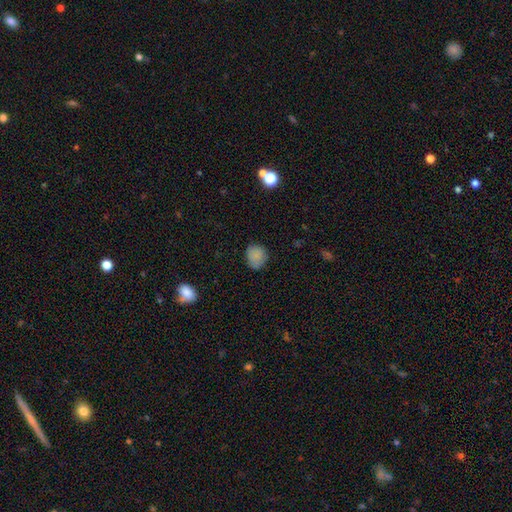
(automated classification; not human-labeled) smooth_or_featured: smooth (p=0.83) [alt: star or artifact p=0.11]
how_rounded: round (p=0.67) [alt: in between p=0.32]
merging: none (p=0.72) [alt: minor disturbance p=0.22]